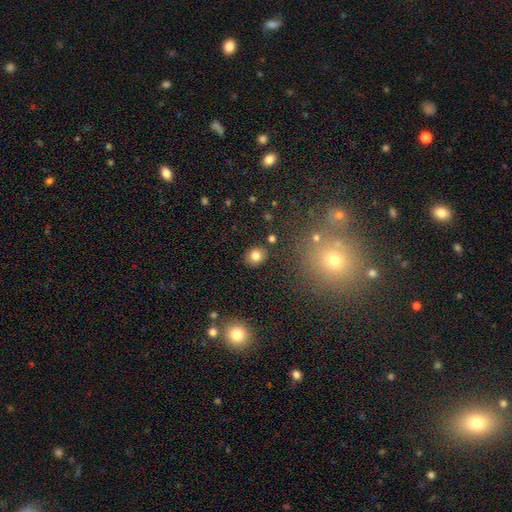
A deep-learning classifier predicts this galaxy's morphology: Overall: smooth (81%). How rounded: round (72%). Merging: none (86%).